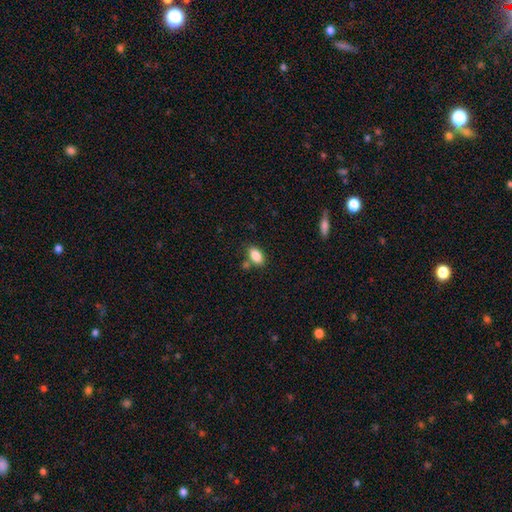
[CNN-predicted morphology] Q: Smooth or featured?
A: smooth (86%); runner-up: star or artifact (8%)
Q: How rounded?
A: in between (90%); runner-up: round (6%)
Q: Merging?
A: none (71%); runner-up: minor disturbance (13%)